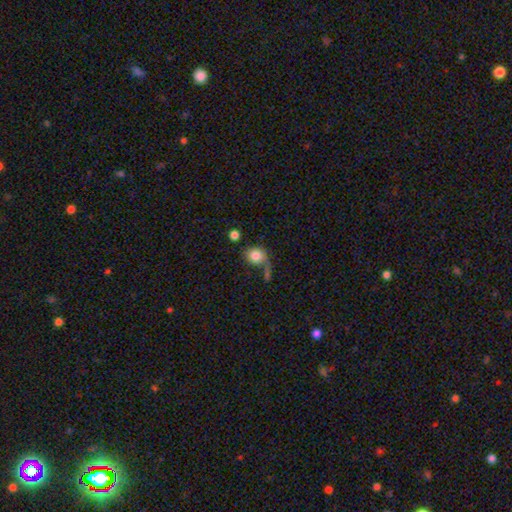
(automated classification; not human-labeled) Smooth or featured? Predicted: smooth (p=0.79). How rounded? Predicted: round (p=0.69). Merging? Predicted: none (p=0.40).